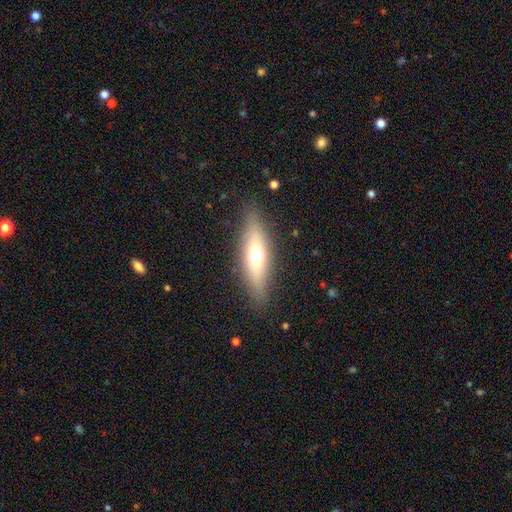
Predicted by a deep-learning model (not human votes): smooth_or_featured: smooth (p=0.52) [alt: featured or disk p=0.39]
how_rounded: cigar-shaped (p=0.51) [alt: in between p=0.46]
merging: none (p=0.86) [alt: minor disturbance p=0.09]